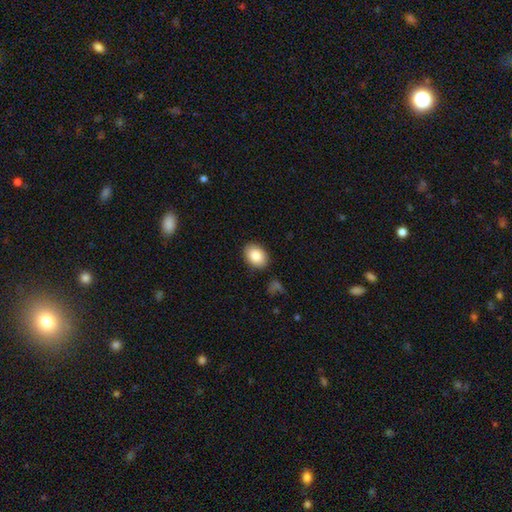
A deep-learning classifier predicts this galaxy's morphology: Smooth or featured?
  - smooth: 86% *
  - star or artifact: 7%
  - featured or disk: 7%
How rounded?
  - in between: 74% *
  - round: 25%
  - cigar-shaped: 1%
Merging?
  - none: 87% *
  - minor disturbance: 9%
  - major disturbance: 2%
  - merger: 2%